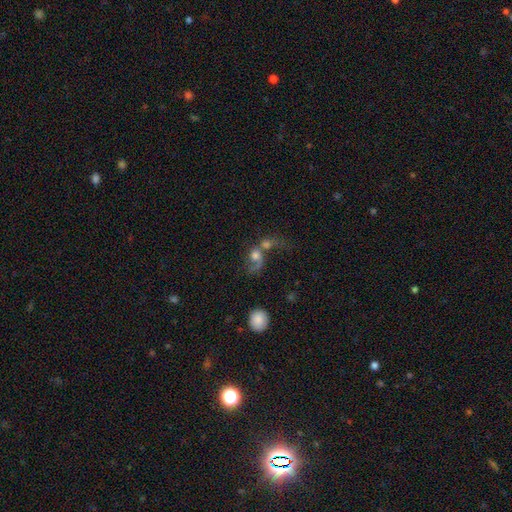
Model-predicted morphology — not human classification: The model was most divided on "smooth or featured": smooth: 49%, featured or disk: 39%, star or artifact: 11%. More confident: merging — merger (57%).